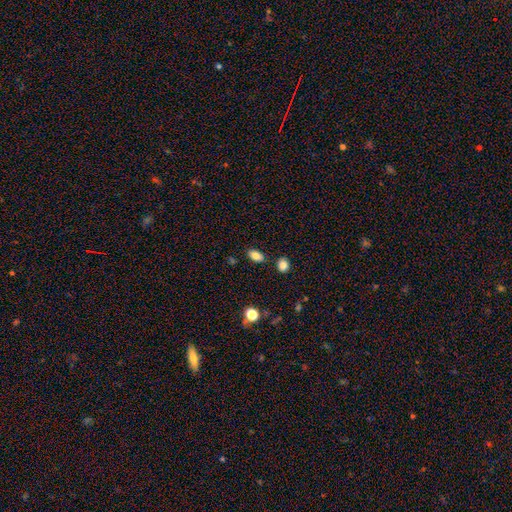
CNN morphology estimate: The model was most divided on "merging": none: 83%, minor disturbance: 10%, merger: 4%, major disturbance: 3%. More confident: how rounded — in between (88%); smooth or featured — smooth (84%).